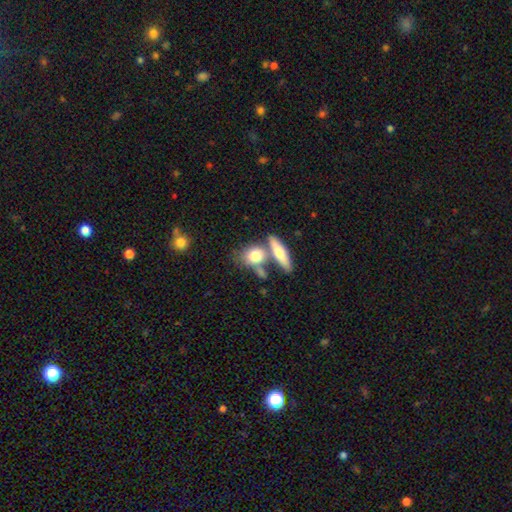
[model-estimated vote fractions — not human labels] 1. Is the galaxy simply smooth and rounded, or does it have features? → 75% smooth, 18% featured or disk, 6% star or artifact.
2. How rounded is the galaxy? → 56% in between, 32% round, 12% cigar-shaped.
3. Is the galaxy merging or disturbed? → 44% none, 38% merger, 12% minor disturbance, 5% major disturbance.